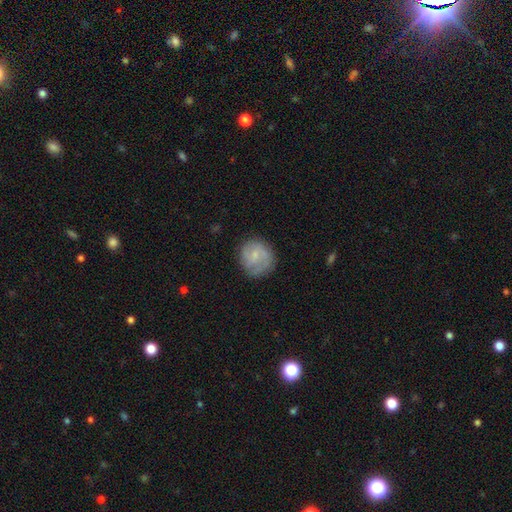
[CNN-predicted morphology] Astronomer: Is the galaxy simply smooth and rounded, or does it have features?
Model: featured or disk — 49% (runner-up: smooth, 45%).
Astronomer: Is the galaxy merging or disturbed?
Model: none — 71%.